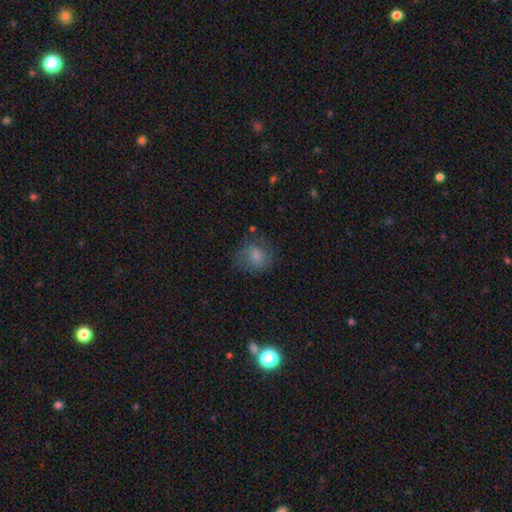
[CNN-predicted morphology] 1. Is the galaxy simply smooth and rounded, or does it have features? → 67% smooth, 24% featured or disk, 10% star or artifact.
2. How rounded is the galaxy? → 66% round, 33% in between, 1% cigar-shaped.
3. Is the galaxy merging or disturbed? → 62% none, 23% minor disturbance, 13% major disturbance, 2% merger.